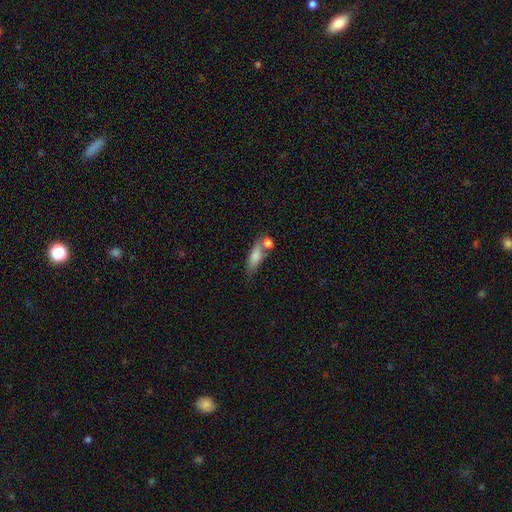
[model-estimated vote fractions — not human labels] Smooth or featured?
  - smooth: 78% *
  - featured or disk: 15%
  - star or artifact: 7%
How rounded?
  - in between: 59% *
  - cigar-shaped: 37%
  - round: 5%
Merging?
  - none: 46% *
  - merger: 30%
  - minor disturbance: 17%
  - major disturbance: 7%